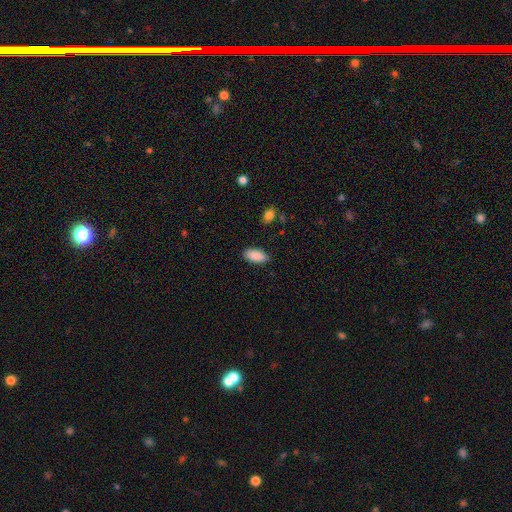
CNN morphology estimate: This appears to be a smooth galaxy with no disk features (90%) that is in between round and cigar-shaped (92%). Merging: none (87%).